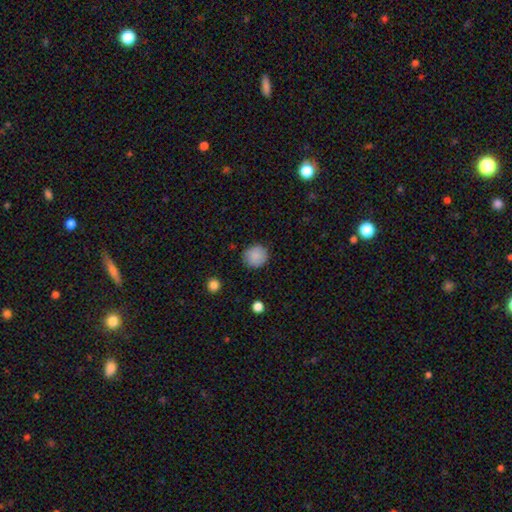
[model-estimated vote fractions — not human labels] Morphology: type=smooth (87%); roundness=round (91%); merging=none (88%).